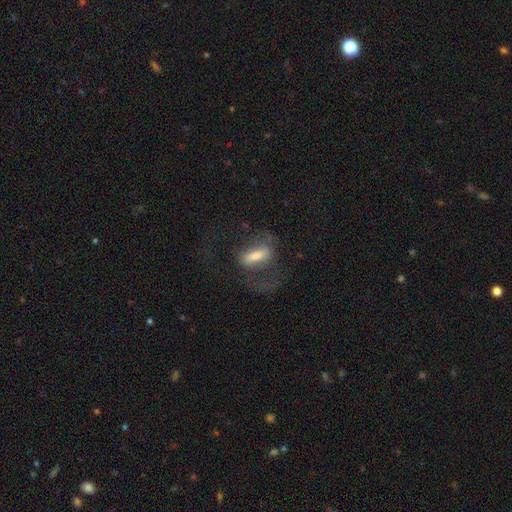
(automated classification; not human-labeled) smooth 52%, featured or disk 38%, star or artifact 9%. Down the decision tree: how rounded — in between (67%); merging — major disturbance (43%).